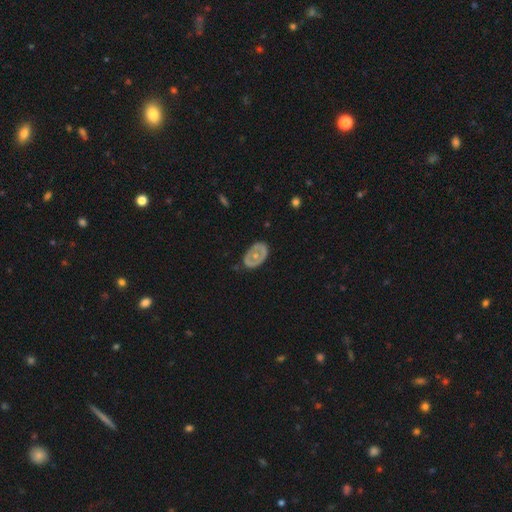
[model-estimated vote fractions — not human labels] A featured or disk galaxy (54%) with no bar (89%), no spiral arms (90%) and a moderate central bulge (54%). Merging: none (76%).